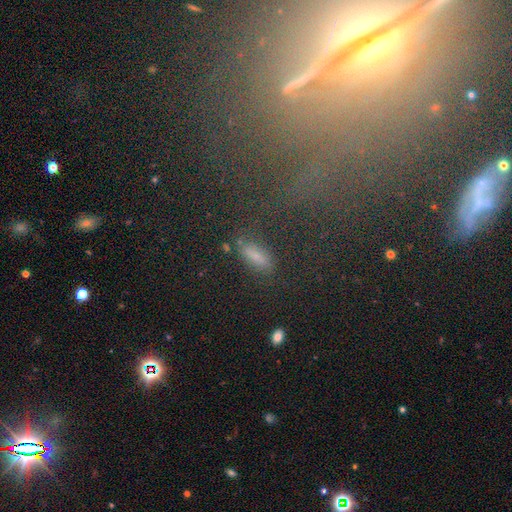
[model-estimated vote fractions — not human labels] smooth 60%, star or artifact 25%, featured or disk 16%. Down the decision tree: how rounded — in between (55%); merging — none (73%).